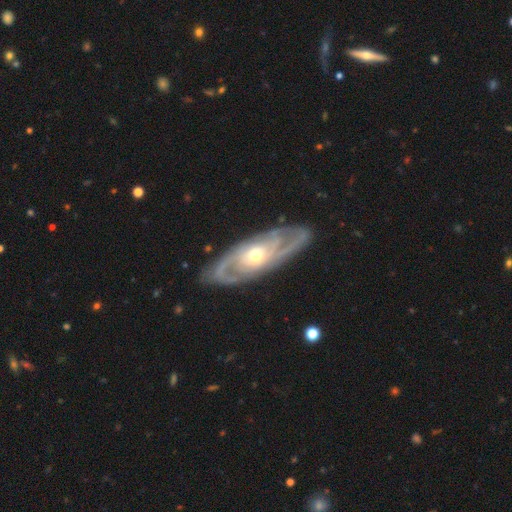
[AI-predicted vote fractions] Q: Smooth or featured?
A: featured or disk (87%); runner-up: smooth (9%)
Q: Edge-on disk?
A: no (89%); runner-up: yes (11%)
Q: Bar?
A: no (69%); runner-up: weak (24%)
Q: Spiral arms?
A: yes (93%); runner-up: no (7%)
Q: Spiral winding?
A: tight (56%); runner-up: medium (35%)
Q: Spiral arm count?
A: 2 (55%); runner-up: can't tell (21%)
Q: Bulge size?
A: moderate (60%); runner-up: small (33%)
Q: Merging?
A: none (82%); runner-up: minor disturbance (12%)